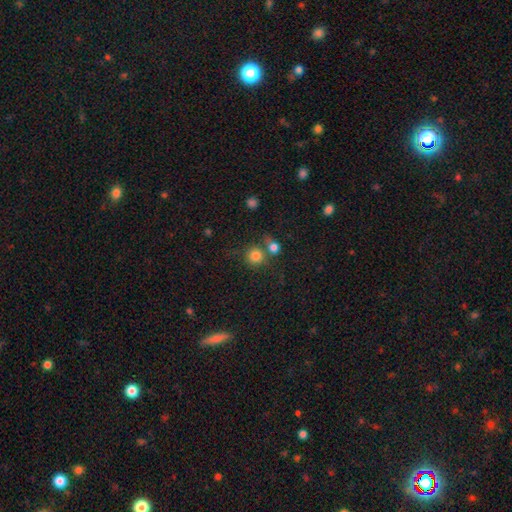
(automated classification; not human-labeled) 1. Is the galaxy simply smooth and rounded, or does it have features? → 80% smooth, 12% star or artifact, 8% featured or disk.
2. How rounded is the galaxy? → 90% round, 9% in between, 1% cigar-shaped.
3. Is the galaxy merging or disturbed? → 58% none, 28% merger, 10% minor disturbance, 5% major disturbance.